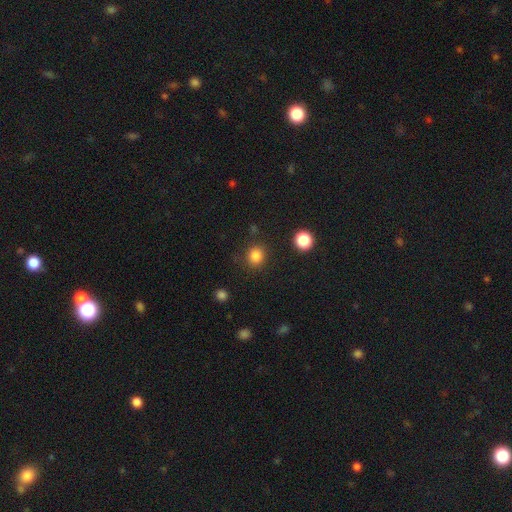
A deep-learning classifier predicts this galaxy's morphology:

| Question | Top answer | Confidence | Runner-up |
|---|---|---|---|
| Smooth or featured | smooth | 84% | star or artifact (12%) |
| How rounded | round | 85% | in between (14%) |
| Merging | none | 86% | minor disturbance (8%) |